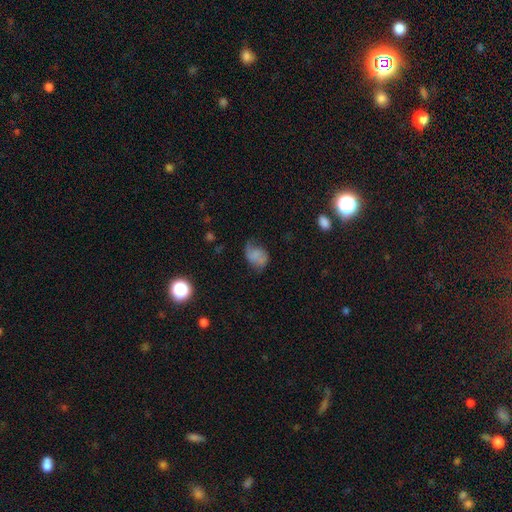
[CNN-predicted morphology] Overall: smooth (55%; featured or disk 32%). How rounded: in between (69%; round 30%). Merging: none (41%; minor disturbance 33%).